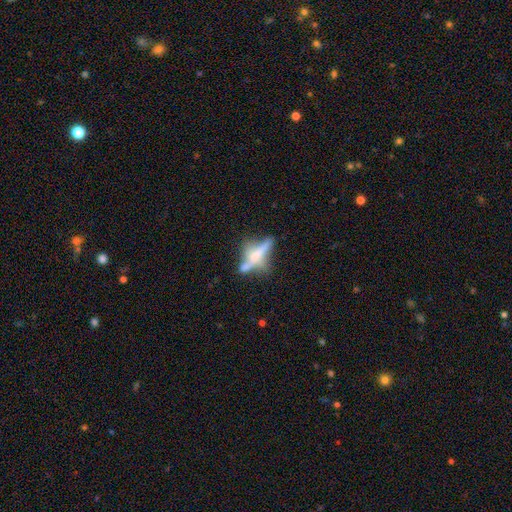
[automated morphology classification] Smooth or featured: featured or disk — 56% (smooth — 33%)
Edge-on disk: yes — 74% (no — 26%)
Merging: none — 44% (merger — 25%)